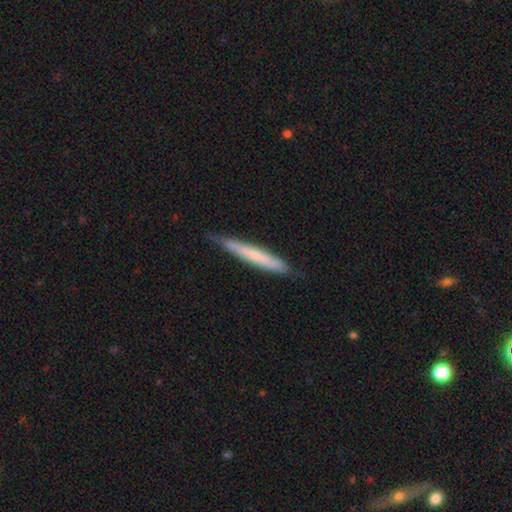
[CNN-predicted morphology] Smooth or featured? smooth (59%)
How rounded? cigar-shaped (96%)
Merging? none (76%)